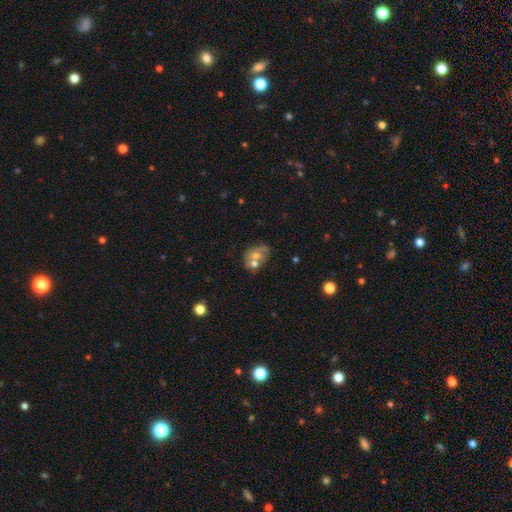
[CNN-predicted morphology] Overall: smooth (50%; featured or disk 39%). Merging: merger (40%; none 37%).